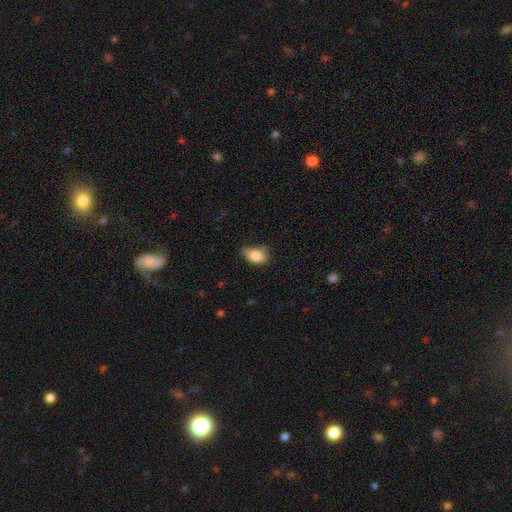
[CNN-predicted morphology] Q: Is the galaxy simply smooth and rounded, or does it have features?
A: smooth — 82%.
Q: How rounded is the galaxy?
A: in between — 87%.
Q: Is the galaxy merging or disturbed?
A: none — 47%.